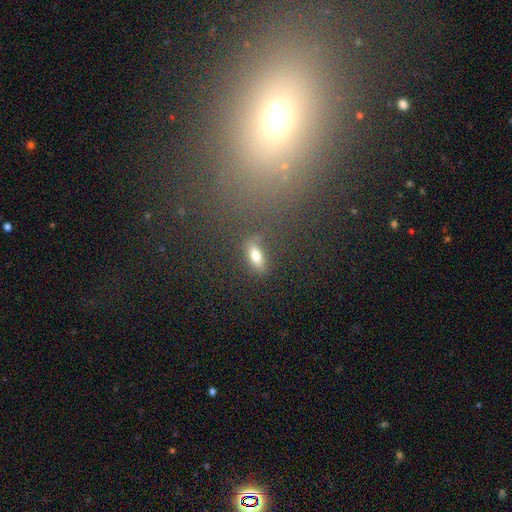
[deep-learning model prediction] smooth 72%, star or artifact 14%, featured or disk 14%. Down the decision tree: how rounded — in between (71%); merging — none (81%).